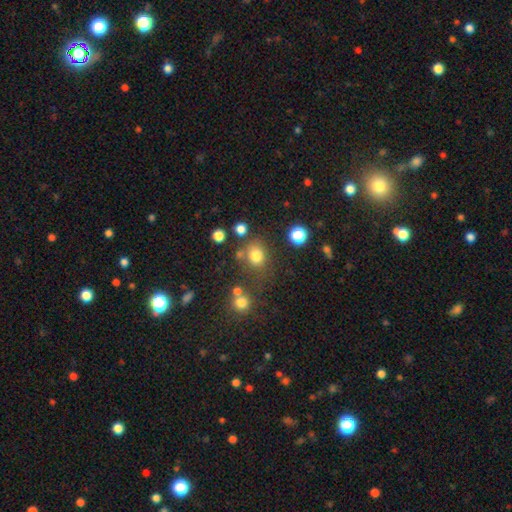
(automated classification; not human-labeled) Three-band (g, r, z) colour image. It shows a smooth galaxy with no disk features (77%) that is round (67%). Merging: none (68%).